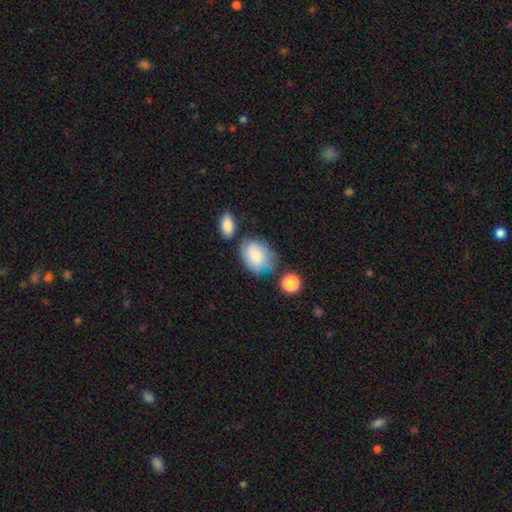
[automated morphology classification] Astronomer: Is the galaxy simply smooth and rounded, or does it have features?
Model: smooth — 72%.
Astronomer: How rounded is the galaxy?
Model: in between — 70%.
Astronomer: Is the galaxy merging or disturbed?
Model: none — 51% (runner-up: minor disturbance, 26%).